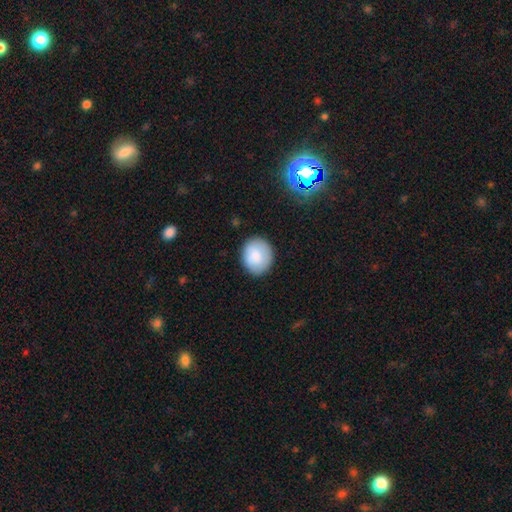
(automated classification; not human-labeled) smooth-or-featured: smooth: 85% | featured or disk: 8% | star or artifact: 7%
  how-rounded: round: 68% | in between: 31% | cigar-shaped: 1%
  merging: none: 85% | minor disturbance: 11% | major disturbance: 3% | merger: 1%